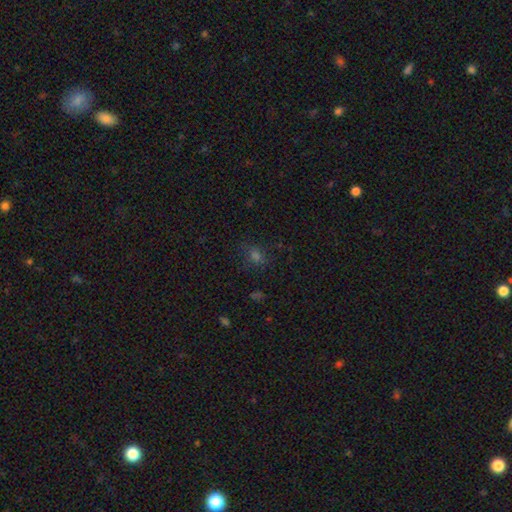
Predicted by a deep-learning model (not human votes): This appears to be a smooth galaxy with no disk features (58%) that is in between round and cigar-shaped (53%). Merging: none (75%).